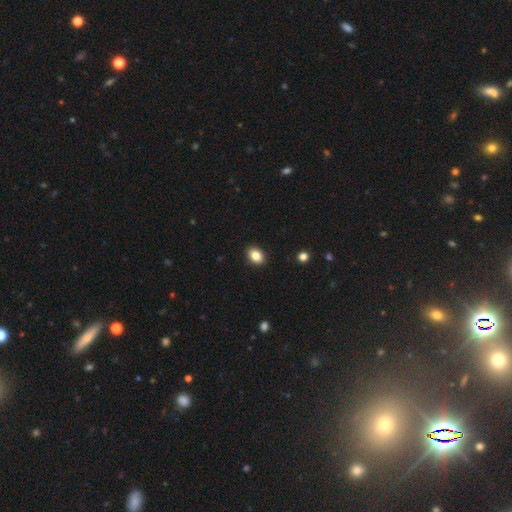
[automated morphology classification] Smooth or featured: smooth — 85% (star or artifact — 9%)
How rounded: in between — 71% (round — 28%)
Merging: none — 91% (minor disturbance — 7%)